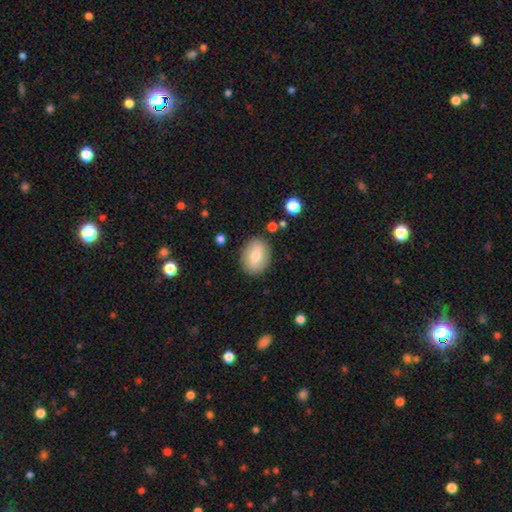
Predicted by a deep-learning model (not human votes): Smooth or featured?
  - smooth: 68% *
  - featured or disk: 24%
  - star or artifact: 8%
How rounded?
  - in between: 67% *
  - round: 31%
  - cigar-shaped: 2%
Merging?
  - none: 86% *
  - minor disturbance: 9%
  - major disturbance: 3%
  - merger: 2%